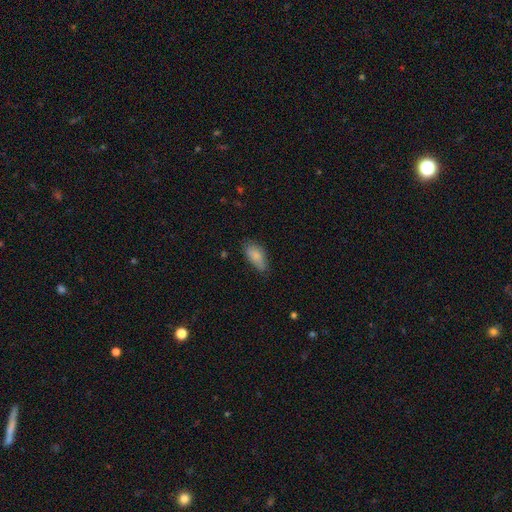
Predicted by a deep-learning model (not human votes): Morphology: type=smooth (83%); roundness=in between (91%); merging=none (64%).